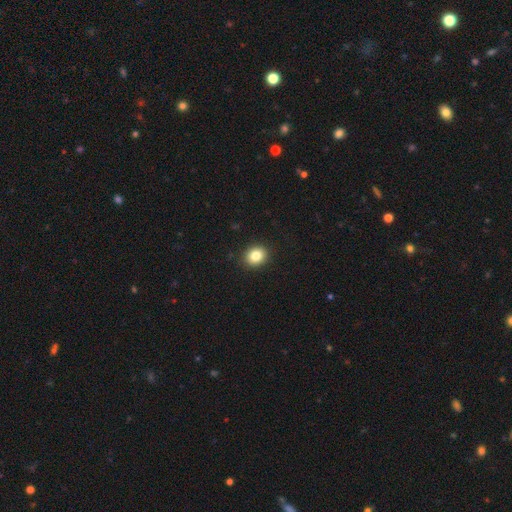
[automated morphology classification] Smooth or featured? Predicted: smooth (p=0.84). How rounded? Predicted: round (p=0.70). Merging? Predicted: none (p=0.91).